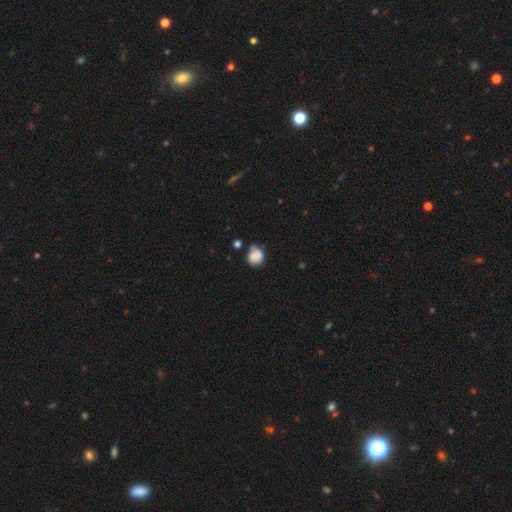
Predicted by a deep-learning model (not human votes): Overall: smooth (77%). How rounded: round (73%). Merging: none (46%; minor disturbance 32%).